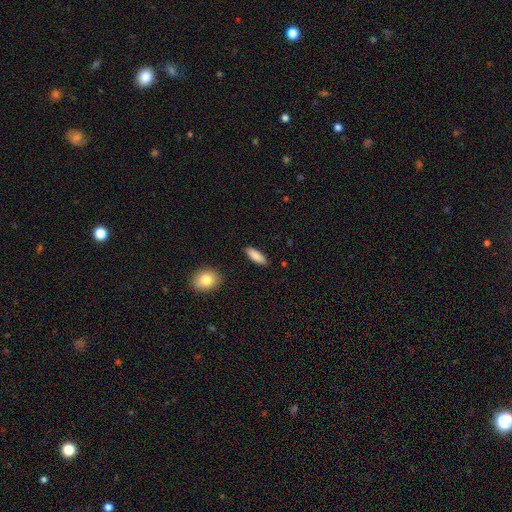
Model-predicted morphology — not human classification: A smooth galaxy with no disk features (88%) that is in between round and cigar-shaped (60%). Merging: none (89%).